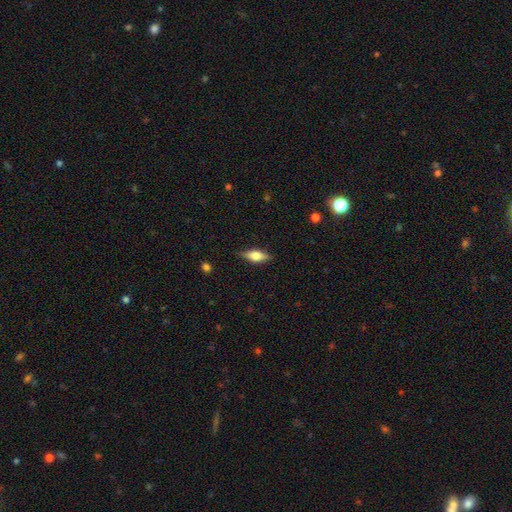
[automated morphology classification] Overall: smooth (58%; featured or disk 34%). How rounded: in between (69%). Merging: none (82%).